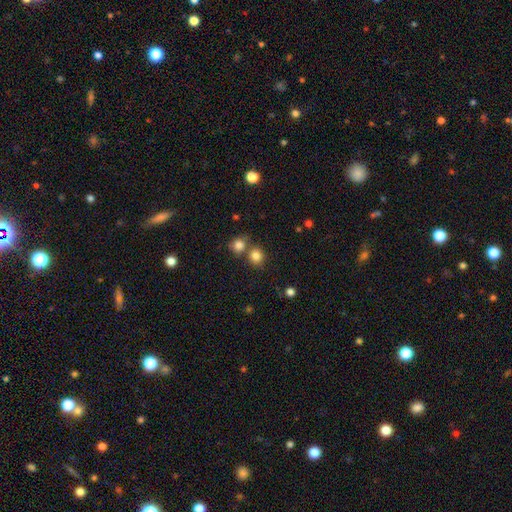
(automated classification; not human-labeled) This is clearly a smooth galaxy (82%). How rounded: clearly round (81%). Merging: likely none (63%).